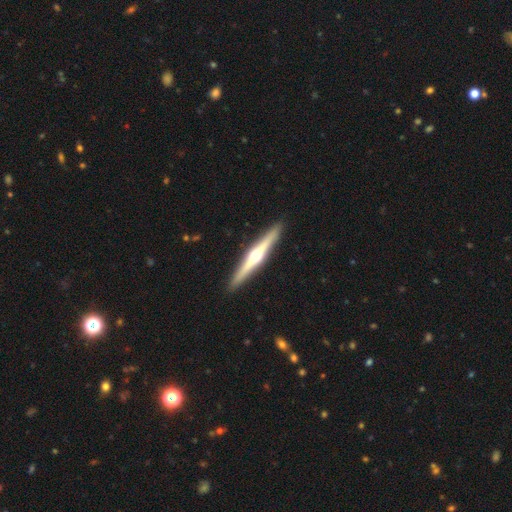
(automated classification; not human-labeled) Smooth or featured?
  - featured or disk: 74% *
  - smooth: 21%
  - star or artifact: 5%
Edge-on disk?
  - yes: 98% *
  - no: 2%
Edge-on bulge?
  - rounded: 93% *
  - none: 4%
  - boxy: 3%
Merging?
  - none: 92% *
  - minor disturbance: 6%
  - major disturbance: 1%
  - merger: 1%